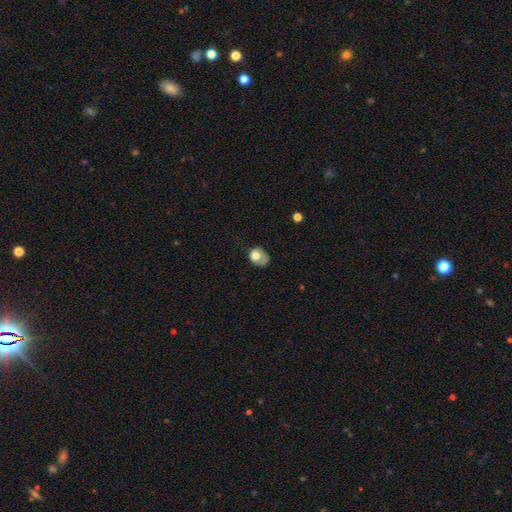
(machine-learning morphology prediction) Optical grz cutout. It shows a smooth galaxy with no disk features (71%) that is round (50%). Merging: none (35%, tied with minor disturbance).